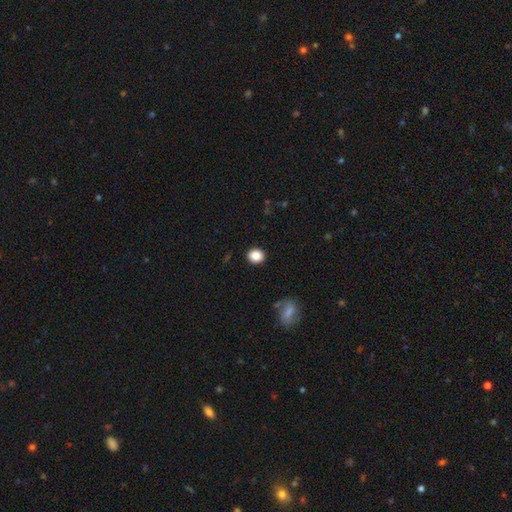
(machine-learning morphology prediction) A smooth galaxy with no disk features (87%) that is round (72%). Merging: none (90%).